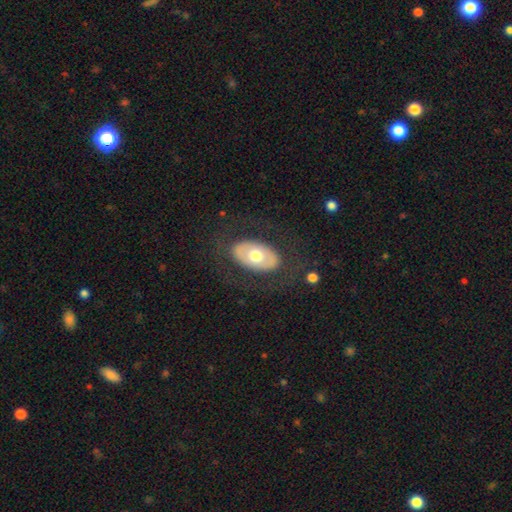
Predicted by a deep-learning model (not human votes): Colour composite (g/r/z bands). It shows a smooth galaxy with no disk features (51%) that is in between round and cigar-shaped (91%). Merging: none (80%).